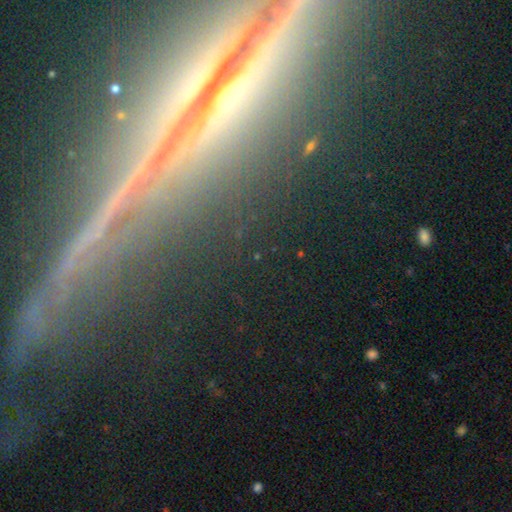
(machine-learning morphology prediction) Overall: star or artifact (59%; featured or disk 24%).